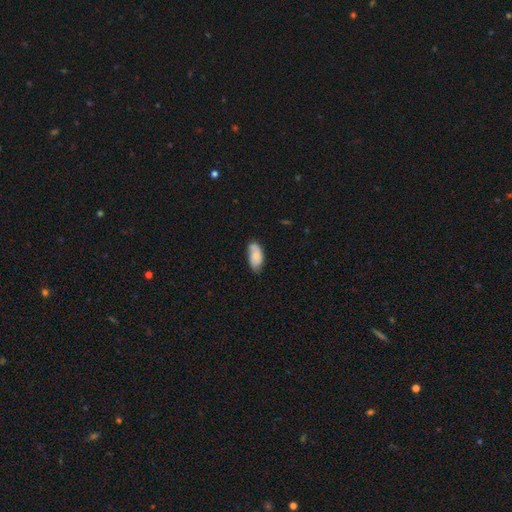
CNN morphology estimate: A smooth galaxy with no disk features (66%) that is in between round and cigar-shaped (92%). Merging: none (62%).